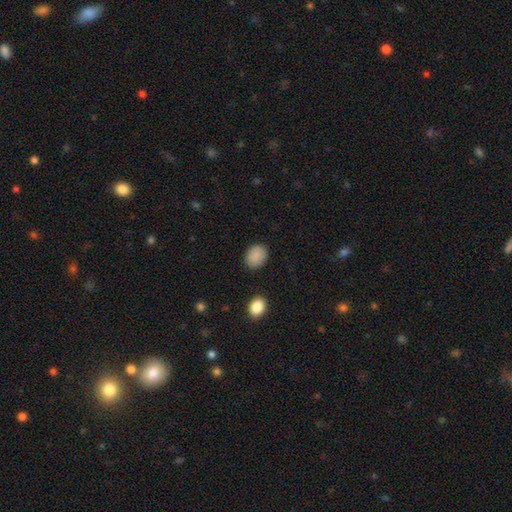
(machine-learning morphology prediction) smooth 88%, star or artifact 9%, featured or disk 3%. Down the decision tree: how rounded — in between (51%); merging — none (86%).